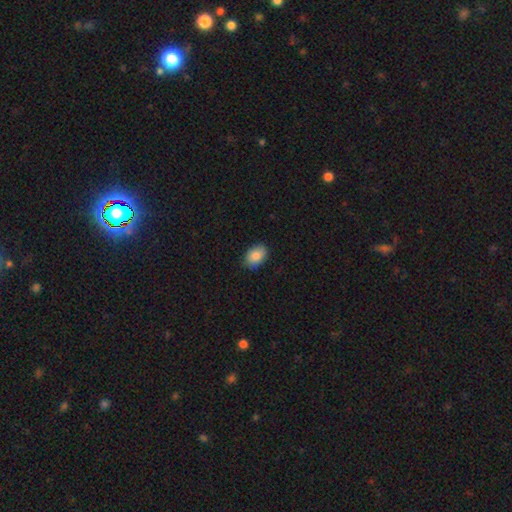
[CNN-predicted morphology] Smooth or featured? Predicted: smooth (p=0.86). How rounded? Predicted: in between (p=0.83). Merging? Predicted: none (p=0.83).